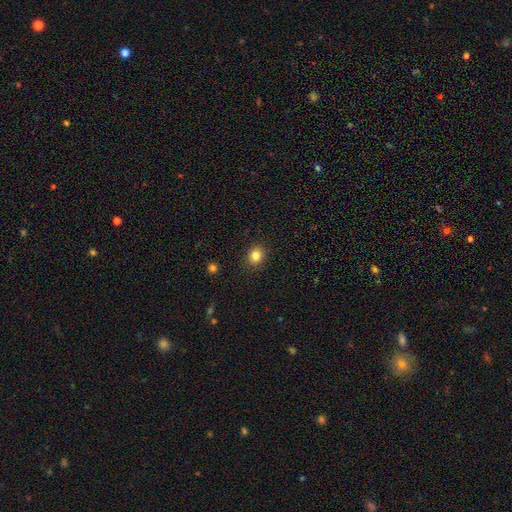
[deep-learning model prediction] Morphology: type=smooth (83%); roundness=round (67%); merging=none (90%).